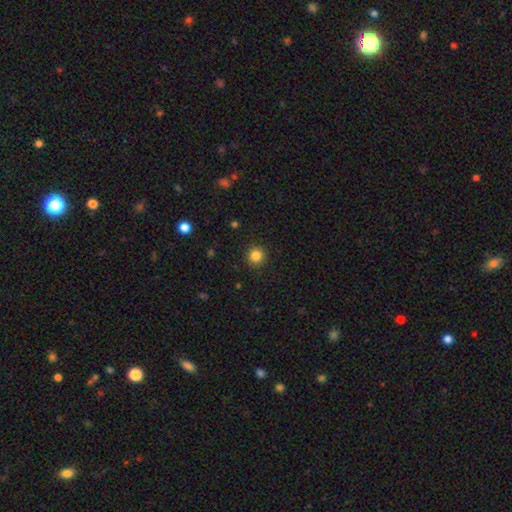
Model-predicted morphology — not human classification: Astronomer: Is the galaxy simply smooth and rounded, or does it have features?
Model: smooth — 84%.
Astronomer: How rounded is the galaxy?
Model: round — 95%.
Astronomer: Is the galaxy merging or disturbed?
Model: none — 92%.